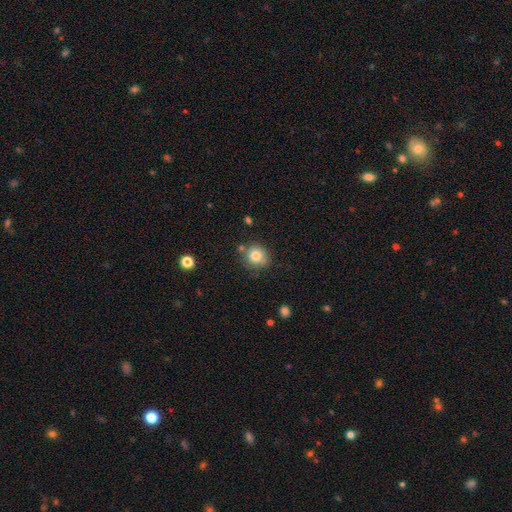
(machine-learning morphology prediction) smooth 81%, star or artifact 10%, featured or disk 8%. Down the decision tree: how rounded — round (86%); merging — none (72%).